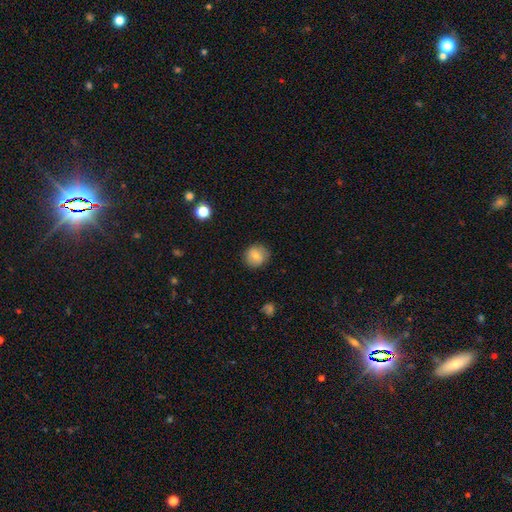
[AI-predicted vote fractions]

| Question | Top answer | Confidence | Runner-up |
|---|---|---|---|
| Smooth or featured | smooth | 77% | featured or disk (14%) |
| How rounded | round | 89% | in between (10%) |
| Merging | none | 87% | minor disturbance (9%) |